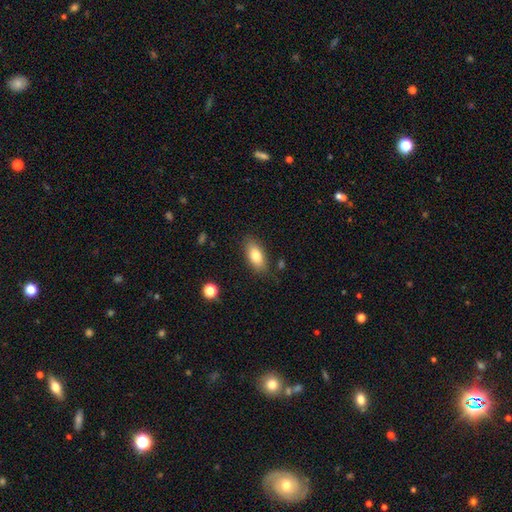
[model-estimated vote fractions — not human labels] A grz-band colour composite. It shows a smooth galaxy with no disk features (81%) that is in between round and cigar-shaped (88%). Merging: none (82%).